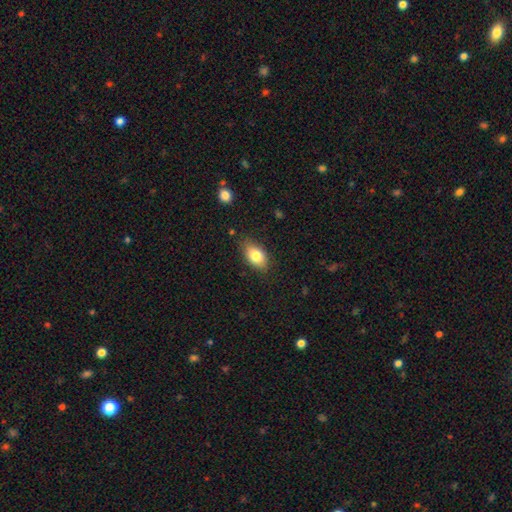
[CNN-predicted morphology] The model was most divided on "merging": none: 81%, minor disturbance: 15%, major disturbance: 3%, merger: 1%. More confident: how rounded — in between (89%); smooth or featured — smooth (81%).